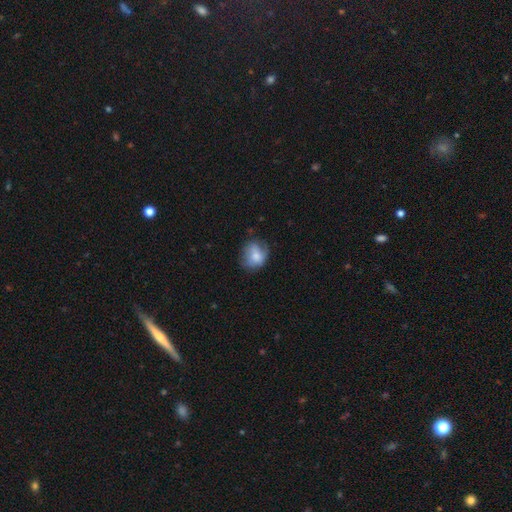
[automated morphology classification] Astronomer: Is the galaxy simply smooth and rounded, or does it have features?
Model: smooth — 72%.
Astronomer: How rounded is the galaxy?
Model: round — 62%.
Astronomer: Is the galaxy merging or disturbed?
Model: none — 59%.